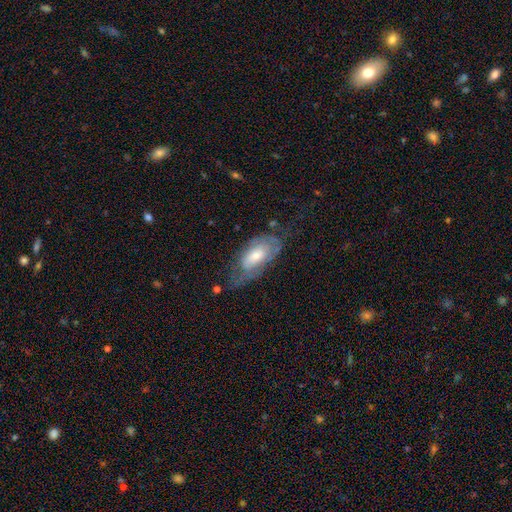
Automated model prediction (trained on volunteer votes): smooth_or_featured: featured or disk (p=0.52) [alt: smooth p=0.41]
disk_edge_on: no (p=0.87) [alt: yes p=0.13]
merging: none (p=0.45) [alt: minor disturbance p=0.29]